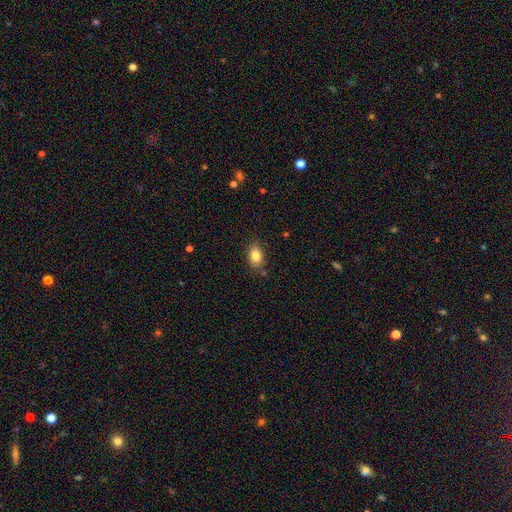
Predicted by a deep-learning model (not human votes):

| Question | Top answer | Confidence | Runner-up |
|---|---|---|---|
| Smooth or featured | smooth | 84% | star or artifact (9%) |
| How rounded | in between | 82% | round (16%) |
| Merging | none | 79% | minor disturbance (15%) |